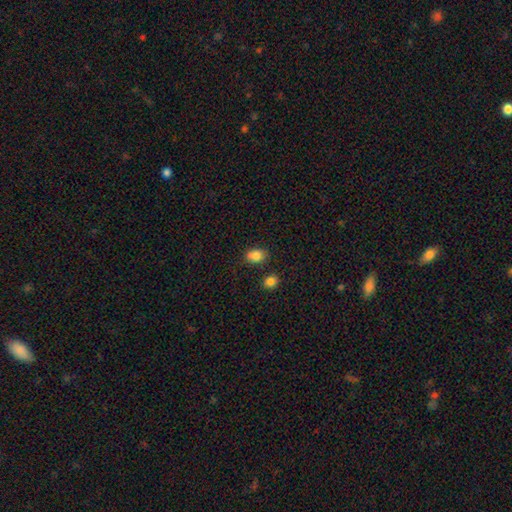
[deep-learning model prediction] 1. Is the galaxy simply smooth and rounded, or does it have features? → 85% smooth, 9% star or artifact, 6% featured or disk.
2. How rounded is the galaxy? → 75% in between, 23% round, 1% cigar-shaped.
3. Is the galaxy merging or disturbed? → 70% none, 16% minor disturbance, 10% merger, 4% major disturbance.